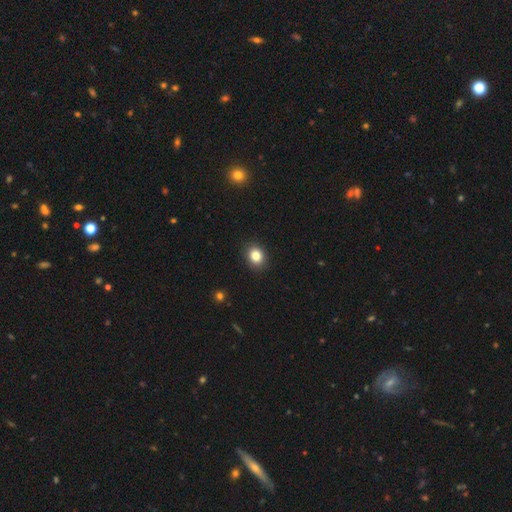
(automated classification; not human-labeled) This appears to be a smooth galaxy with no disk features (83%) that is round (57%). Merging: none (90%).